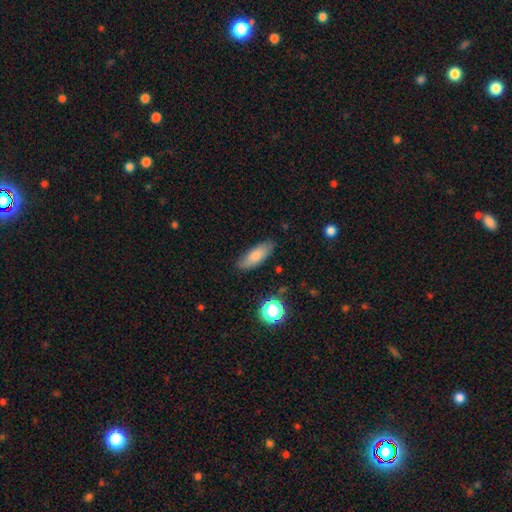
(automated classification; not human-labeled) Smooth or featured? smooth (79%)
How rounded? in between (69%)
Merging? none (82%)